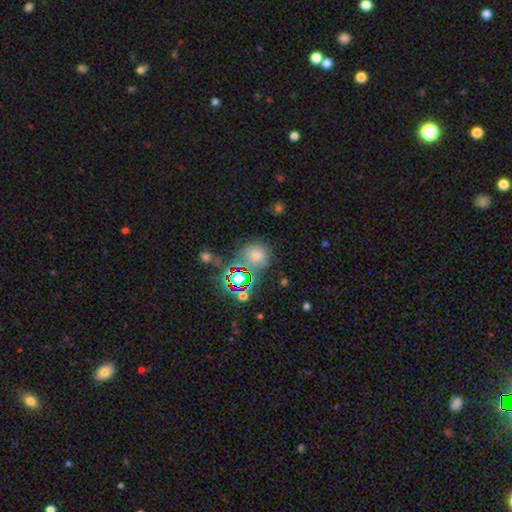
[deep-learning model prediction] This appears to be a smooth galaxy with no disk features (52%) that is round (86%). Merging: none (72%).